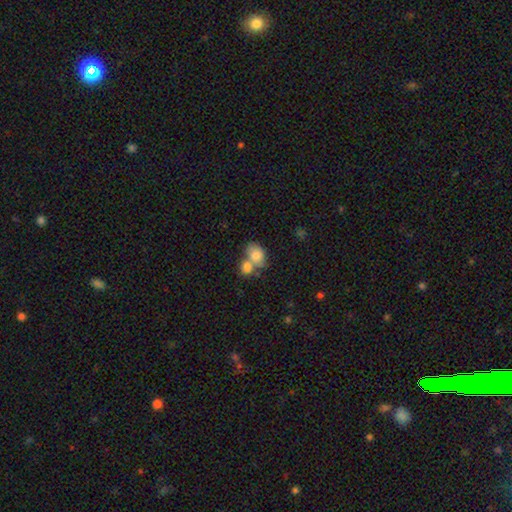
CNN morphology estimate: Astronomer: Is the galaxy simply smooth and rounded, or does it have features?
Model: smooth — 79%.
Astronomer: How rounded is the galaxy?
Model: in between — 65%.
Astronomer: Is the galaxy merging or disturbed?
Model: merger — 59%.